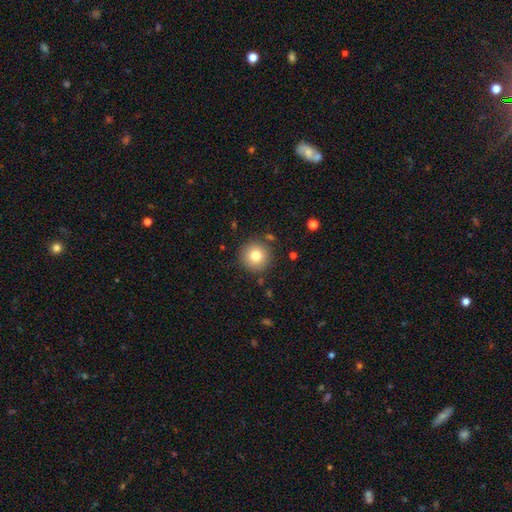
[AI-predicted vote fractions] Smooth or featured? smooth (80%)
How rounded? round (96%)
Merging? none (88%)